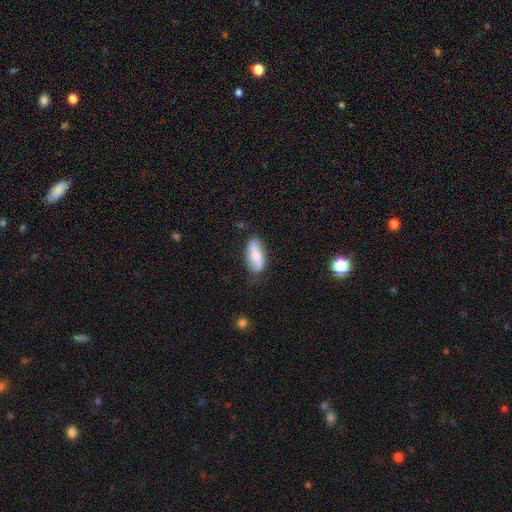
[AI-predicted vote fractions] Smooth or featured? Predicted: smooth (p=0.61). How rounded? Predicted: in between (p=0.82). Merging? Predicted: none (p=0.69).